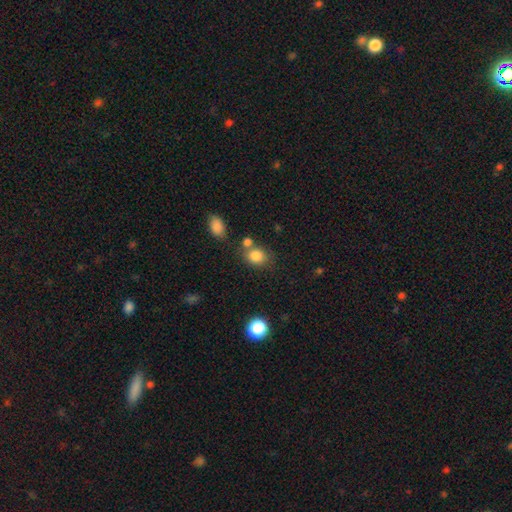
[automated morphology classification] Q: Smooth or featured?
A: smooth (83%); runner-up: star or artifact (11%)
Q: How rounded?
A: round (61%); runner-up: in between (38%)
Q: Merging?
A: none (61%); runner-up: merger (21%)